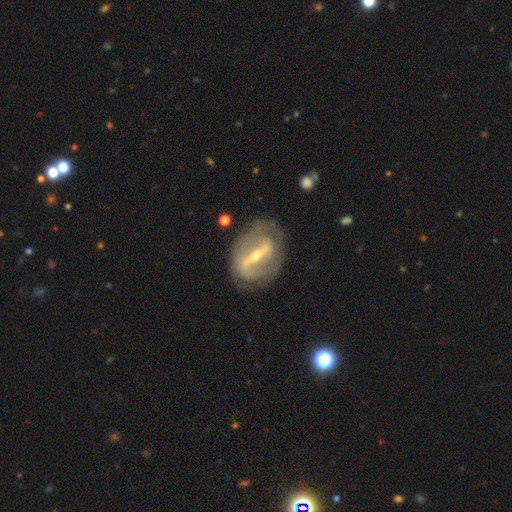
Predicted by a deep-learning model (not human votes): A featured or disk galaxy (81%) with a strong bar (77%), spiral arms (53%) and a small central bulge (55%).

Vote fractions:
- Smooth or featured? featured or disk: 81% / smooth: 12% / star or artifact: 7%
- Edge-on disk? no: 86% / yes: 14%
- Bar? strong: 77% / weak: 17% / no: 6%
- Spiral arms? yes: 53% / no: 47%
- Bulge size? small: 55% / moderate: 41% / large: 2% / none: 1% / dominant: 1%
- Merging? none: 69% / minor disturbance: 18% / major disturbance: 11% / merger: 2%